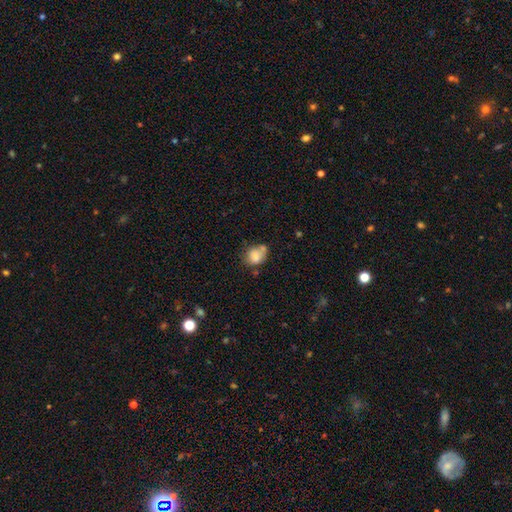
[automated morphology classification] Smooth or featured: smooth — 77% (featured or disk — 13%)
How rounded: round — 51% (in between — 48%)
Merging: none — 41% (merger — 26%)